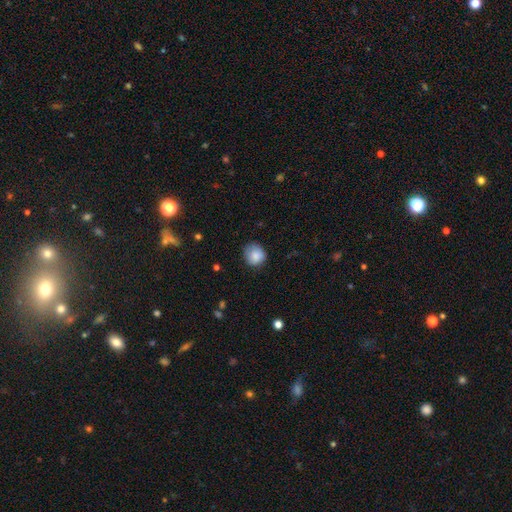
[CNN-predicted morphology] Q: Smooth or featured?
A: smooth (84%); runner-up: featured or disk (8%)
Q: How rounded?
A: round (84%); runner-up: in between (15%)
Q: Merging?
A: none (70%); runner-up: minor disturbance (23%)